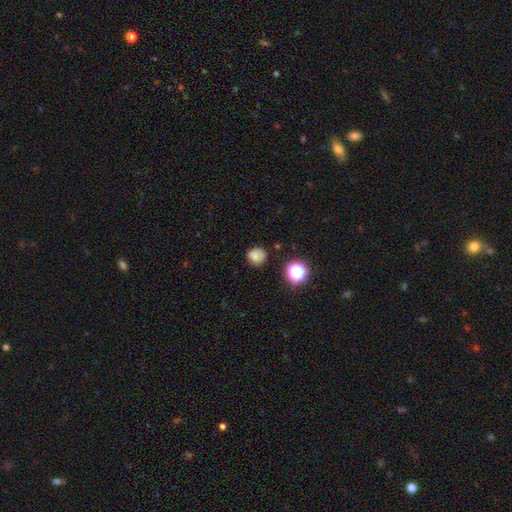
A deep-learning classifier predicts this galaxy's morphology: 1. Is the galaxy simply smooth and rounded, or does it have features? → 77% smooth, 15% star or artifact, 8% featured or disk.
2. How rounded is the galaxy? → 82% round, 17% in between, 1% cigar-shaped.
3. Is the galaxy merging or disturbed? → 75% none, 18% minor disturbance, 5% major disturbance, 3% merger.